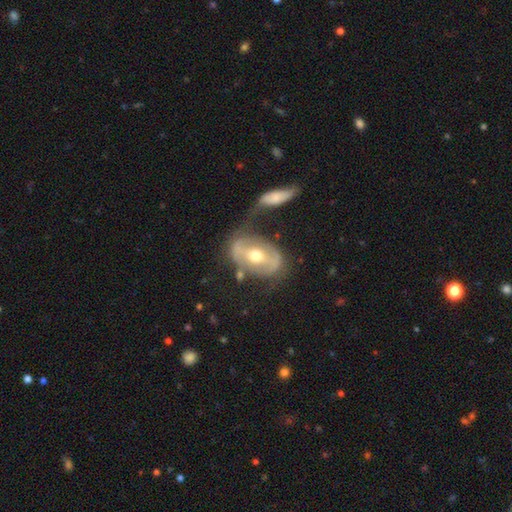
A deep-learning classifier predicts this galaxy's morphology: A featured or disk galaxy (75%) with a strong bar (37%), spiral arms (66%) and a moderate central bulge (74%).

Vote fractions:
- Smooth or featured? featured or disk: 75% / smooth: 20% / star or artifact: 6%
- Edge-on disk? no: 93% / yes: 7%
- Bar? strong: 37% / weak: 32% / no: 31%
- Spiral arms? yes: 66% / no: 34%
- Bulge size? moderate: 74% / small: 20% / large: 5% / dominant: 1% / none: 1%
- Merging? none: 47% / minor disturbance: 21% / merger: 18% / major disturbance: 15%